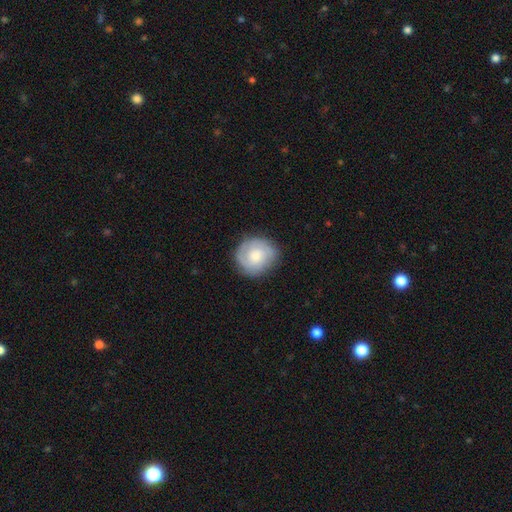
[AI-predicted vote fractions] Morphology: type=featured or disk (57%); edge-on=no (98%); bar=no (73%); spiral arms=yes (89%); bulge=moderate (46%); merging=none (80%).